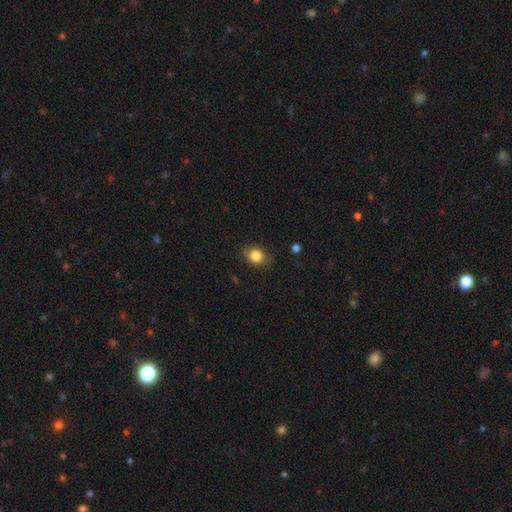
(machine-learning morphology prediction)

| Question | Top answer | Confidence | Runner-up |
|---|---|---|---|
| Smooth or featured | smooth | 81% | featured or disk (10%) |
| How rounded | in between | 50% | round (49%) |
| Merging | none | 72% | minor disturbance (22%) |